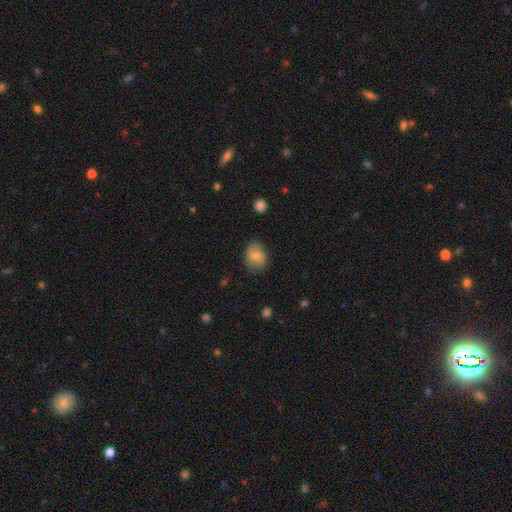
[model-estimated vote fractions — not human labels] A smooth galaxy with no disk features (80%) that is in between round and cigar-shaped (56%). Merging: none (77%).